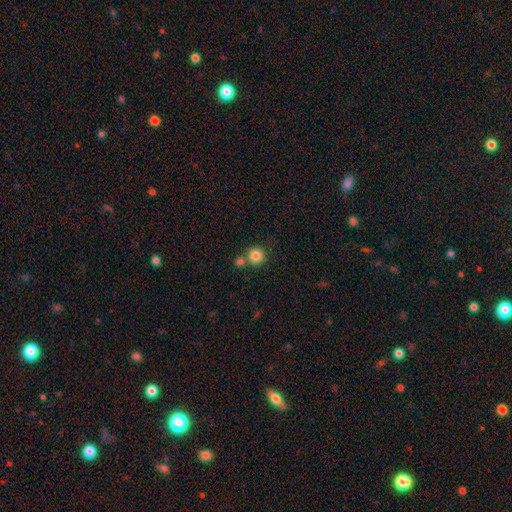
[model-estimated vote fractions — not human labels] Smooth or featured: smooth — 84% (star or artifact — 10%)
How rounded: round — 93% (in between — 6%)
Merging: none — 65% (merger — 24%)